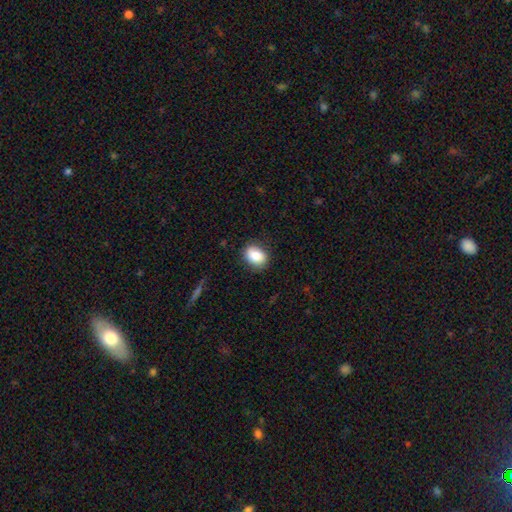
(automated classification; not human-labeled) smooth 83%, featured or disk 9%, star or artifact 8%. Down the decision tree: how rounded — in between (62%); merging — none (83%).